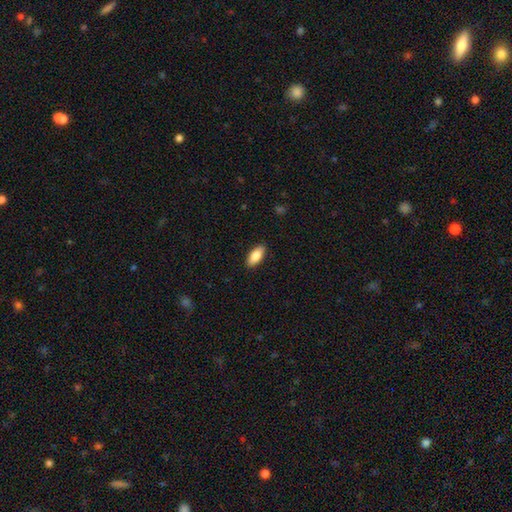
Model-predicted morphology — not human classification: smooth 82%, featured or disk 12%, star or artifact 6%. Down the decision tree: how rounded — in between (84%); merging — none (90%).